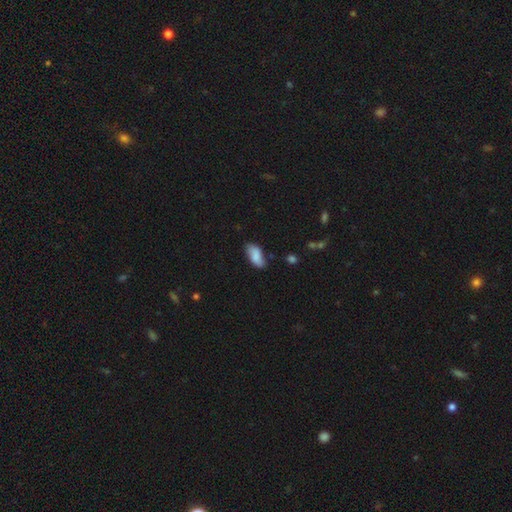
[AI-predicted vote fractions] A smooth galaxy with no disk features (78%) that is in between round and cigar-shaped (90%). Merging: none (69%).